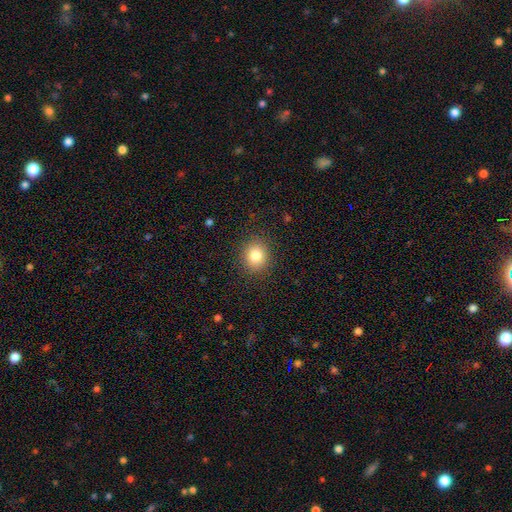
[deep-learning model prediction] Smooth or featured? smooth (83%)
How rounded? round (77%)
Merging? none (89%)